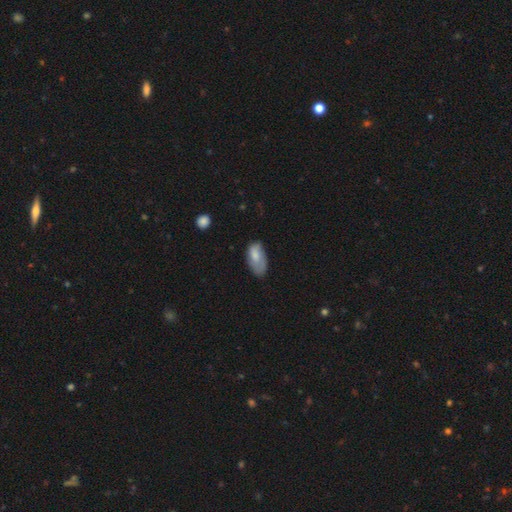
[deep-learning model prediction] Smooth or featured? smooth (74%)
How rounded? in between (93%)
Merging? none (50%)